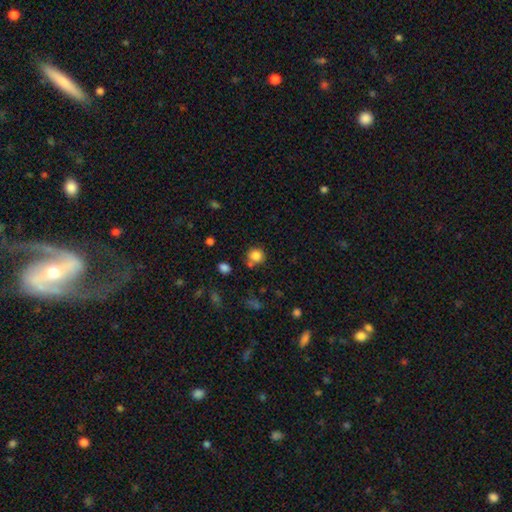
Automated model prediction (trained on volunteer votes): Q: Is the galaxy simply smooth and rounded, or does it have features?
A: smooth — 83%.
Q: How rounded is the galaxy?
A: round — 87%.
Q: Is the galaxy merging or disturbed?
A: none — 69%.